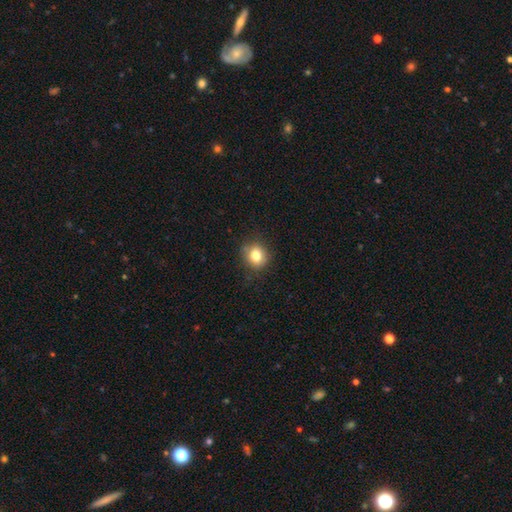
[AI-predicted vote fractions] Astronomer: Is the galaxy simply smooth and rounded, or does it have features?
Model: smooth — 80%.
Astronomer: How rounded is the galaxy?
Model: round — 83%.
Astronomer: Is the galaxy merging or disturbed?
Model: none — 85%.